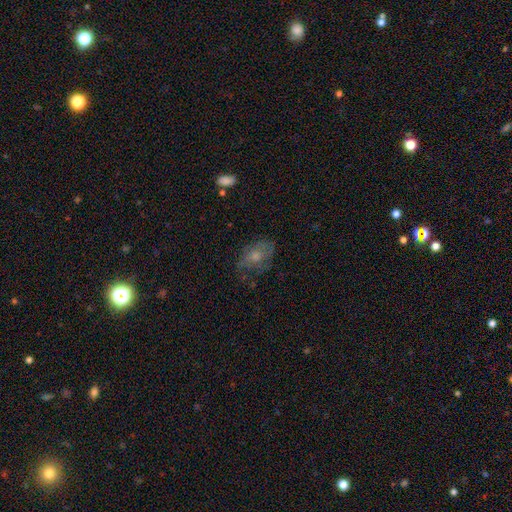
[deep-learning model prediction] smooth-or-featured: smooth: 49% | featured or disk: 42% | star or artifact: 10%
  merging: none: 54% | minor disturbance: 27% | major disturbance: 17% | merger: 2%